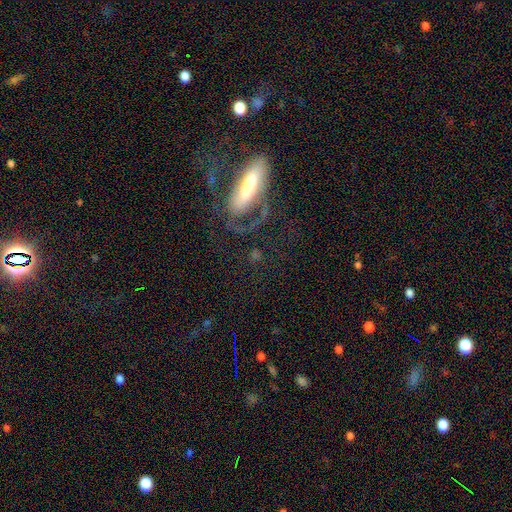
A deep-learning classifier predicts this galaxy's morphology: smooth_or_featured: featured or disk (p=0.57) [alt: smooth p=0.29]
disk_edge_on: no (p=0.71) [alt: yes p=0.29]
merging: none (p=0.53) [alt: major disturbance p=0.29]